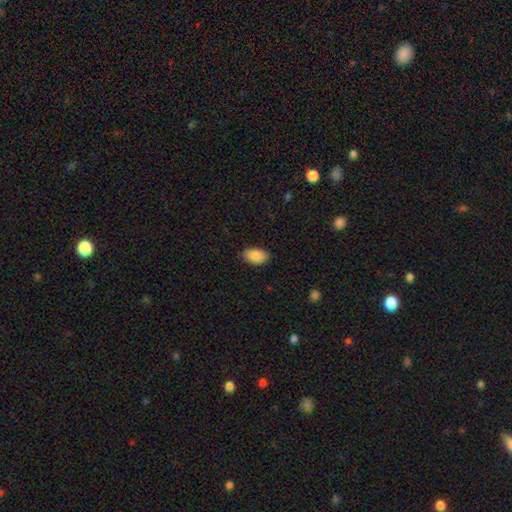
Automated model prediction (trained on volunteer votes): A smooth galaxy with no disk features (88%) that is in between round and cigar-shaped (94%).

Vote fractions:
- Smooth or featured? smooth: 88% / star or artifact: 7% / featured or disk: 5%
- How rounded? in between: 94% / round: 5% / cigar-shaped: 2%
- Merging? none: 87% / minor disturbance: 10% / major disturbance: 2% / merger: 1%